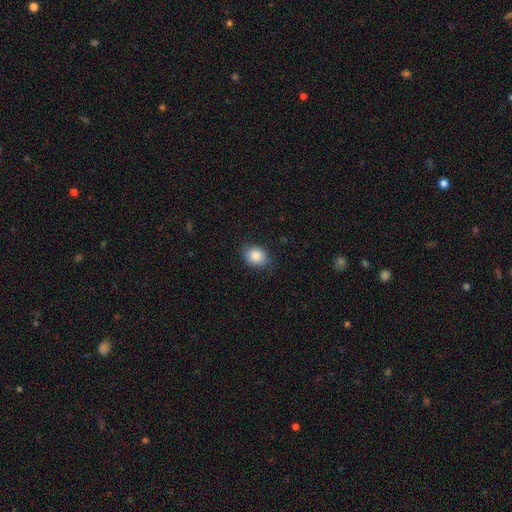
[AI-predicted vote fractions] smooth_or_featured: smooth (p=0.85) [alt: star or artifact p=0.09]
how_rounded: round (p=0.51) [alt: in between p=0.48]
merging: none (p=0.80) [alt: minor disturbance p=0.15]